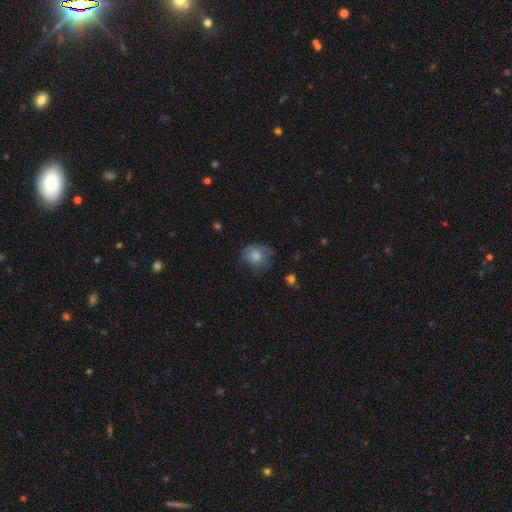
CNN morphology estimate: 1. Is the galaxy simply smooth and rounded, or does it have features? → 70% smooth, 21% featured or disk, 9% star or artifact.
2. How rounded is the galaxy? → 70% round, 29% in between, 1% cigar-shaped.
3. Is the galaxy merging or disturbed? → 52% none, 31% minor disturbance, 16% major disturbance, 2% merger.